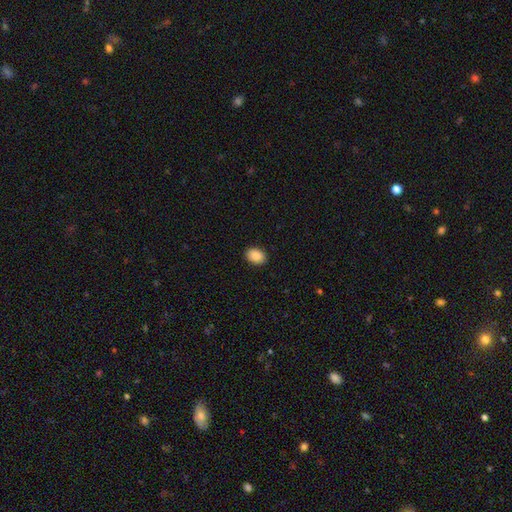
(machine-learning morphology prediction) This is clearly a smooth galaxy (89%). How rounded: likely in between (75%). Merging: clearly none (91%).